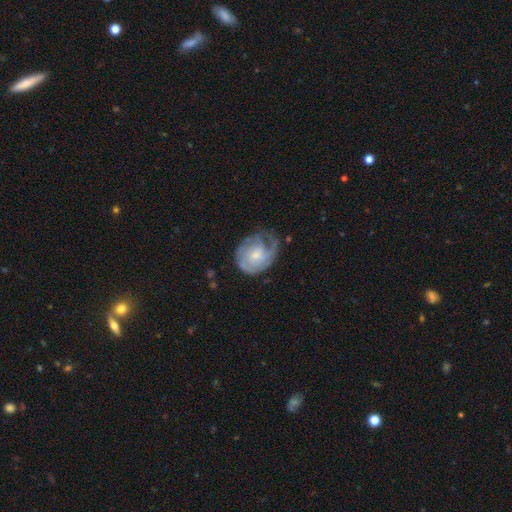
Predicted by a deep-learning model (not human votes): The model was most divided on "spiral arm count": can't tell: 39%, 2: 22%, 1: 19%, 3: 12%, 4: 5%, more than 4: 4%. Remaining: edge-on disk — no (98%); spiral arms — yes (85%); bar — no (73%); smooth or featured — featured or disk (69%); bulge size — small (55%); spiral winding — tight (51%); merging — none (46%).